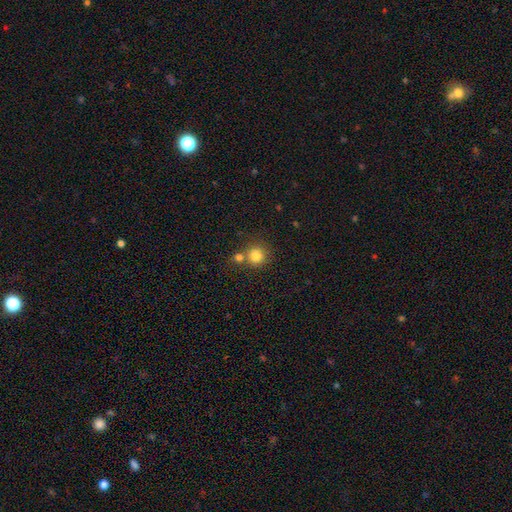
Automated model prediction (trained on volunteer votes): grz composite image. It shows a smooth galaxy with no disk features (81%) that is round (92%). Merging: none (61%).